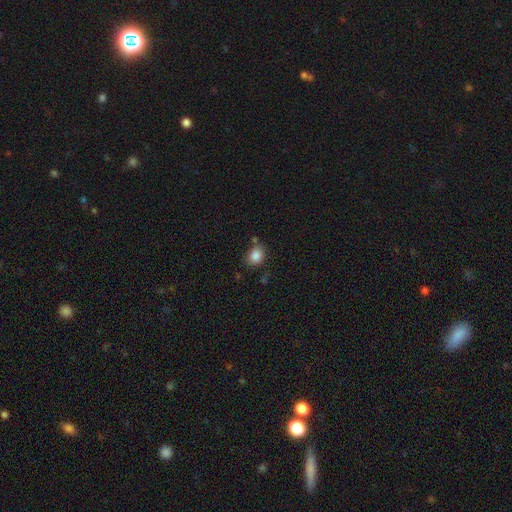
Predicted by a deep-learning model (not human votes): smooth_or_featured: smooth (p=0.85) [alt: star or artifact p=0.10]
how_rounded: round (p=0.54) [alt: in between p=0.45]
merging: none (p=0.71) [alt: minor disturbance p=0.16]